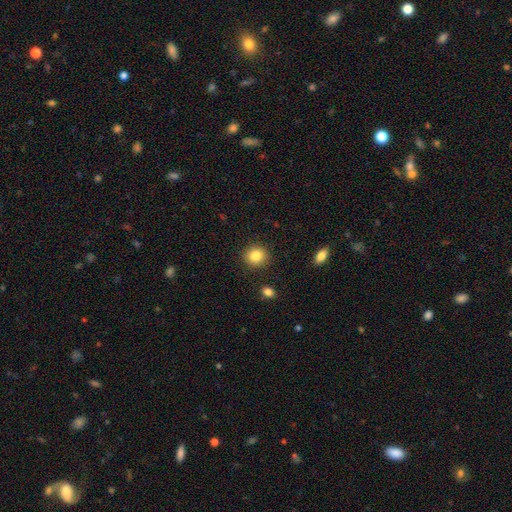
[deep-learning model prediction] A smooth galaxy with no disk features (85%) that is round (85%). Merging: none (90%).